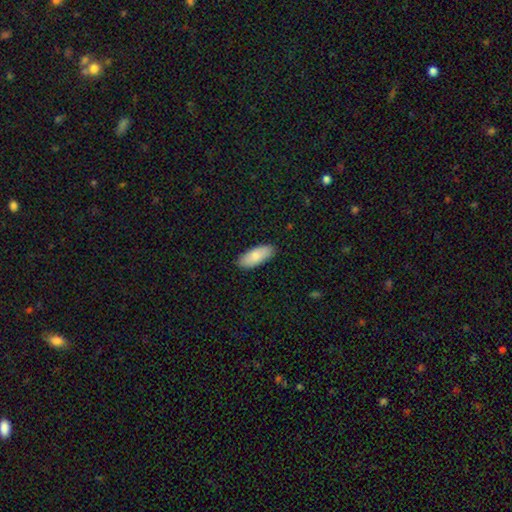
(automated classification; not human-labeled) Smooth or featured? Predicted: smooth (p=0.86). How rounded? Predicted: in between (p=0.80). Merging? Predicted: none (p=0.88).